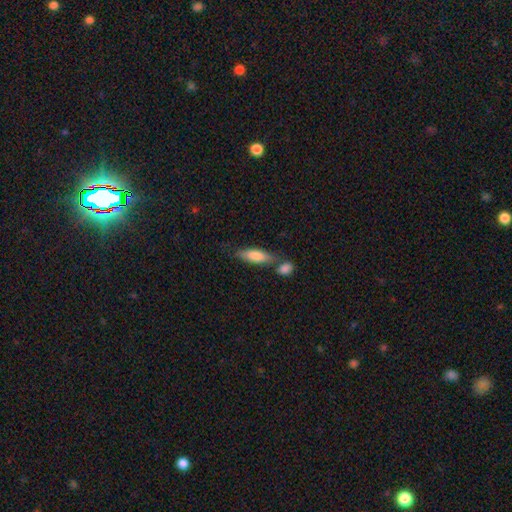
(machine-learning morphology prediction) Smooth or featured: smooth — 78% (featured or disk — 16%)
How rounded: in between — 59% (cigar-shaped — 39%)
Merging: none — 54% (merger — 24%)